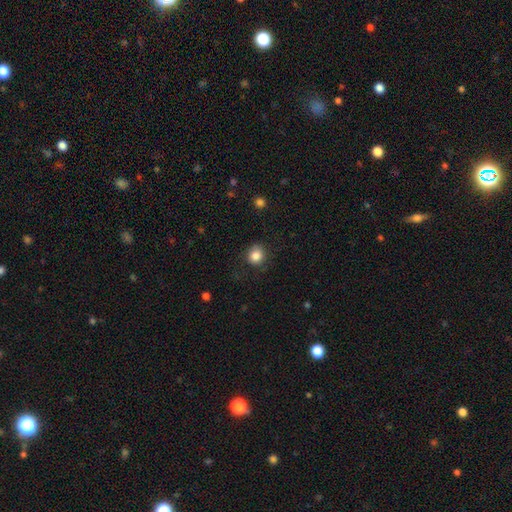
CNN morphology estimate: Overall: smooth (85%). How rounded: round (82%). Merging: none (80%).